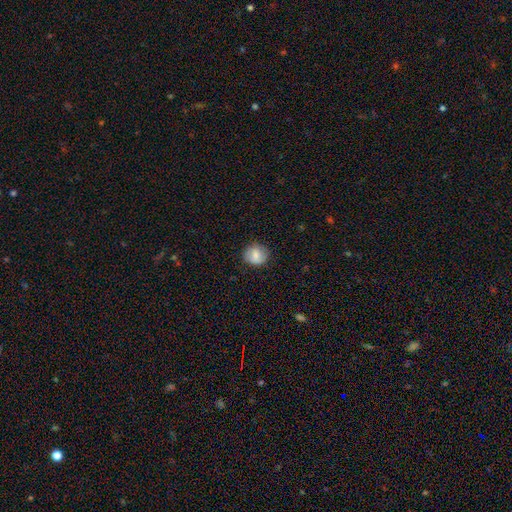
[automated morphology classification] Smooth or featured? smooth (75%)
How rounded? round (83%)
Merging? none (82%)